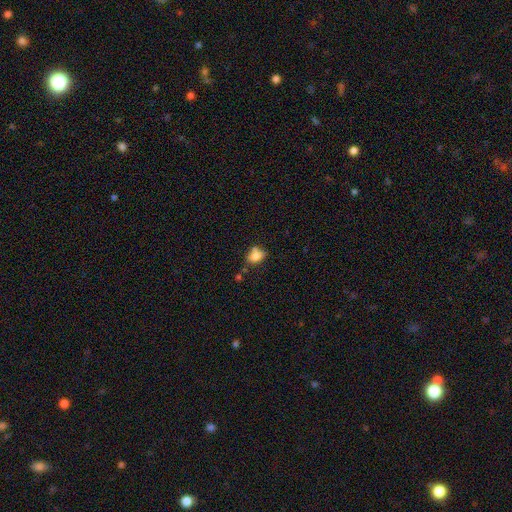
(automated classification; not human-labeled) This is likely a smooth galaxy (76%). How rounded: likely in between (74%). Merging: possibly none (50%).